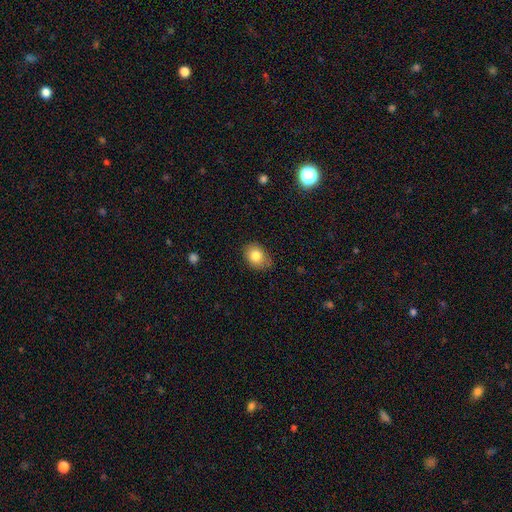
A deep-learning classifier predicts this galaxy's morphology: A smooth galaxy with no disk features (81%) that is in between round and cigar-shaped (64%). Merging: none (76%).